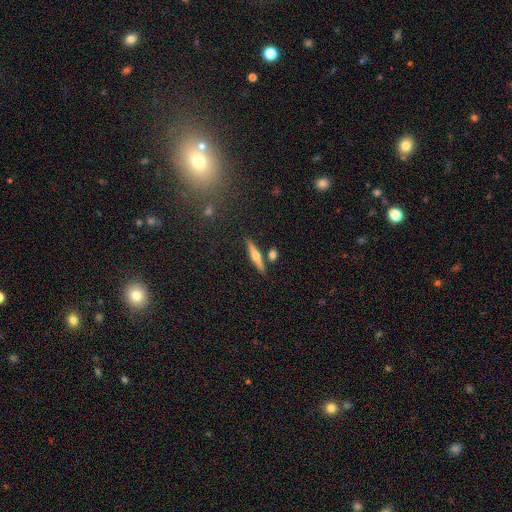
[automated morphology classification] type=featured or disk (54%); edge-on=yes (94%); edge-on bulge=rounded (91%); merging=none (80%).